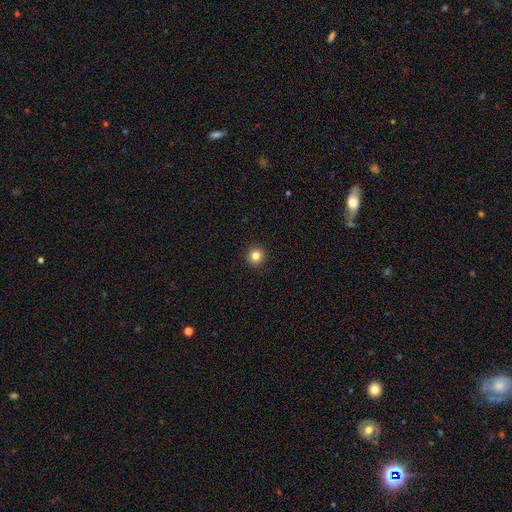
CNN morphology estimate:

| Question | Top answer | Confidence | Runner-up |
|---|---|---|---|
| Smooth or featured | smooth | 83% | star or artifact (12%) |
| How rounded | round | 96% | in between (3%) |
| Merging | none | 93% | minor disturbance (4%) |